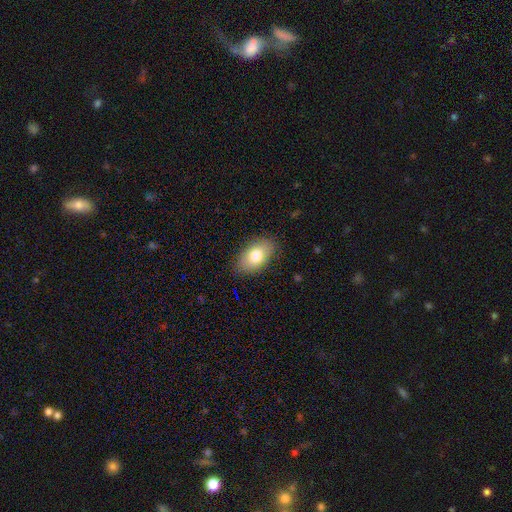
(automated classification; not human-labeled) Smooth or featured?
  - smooth: 77% *
  - featured or disk: 15%
  - star or artifact: 8%
How rounded?
  - in between: 90% *
  - round: 8%
  - cigar-shaped: 2%
Merging?
  - none: 84% *
  - minor disturbance: 12%
  - major disturbance: 3%
  - merger: 1%